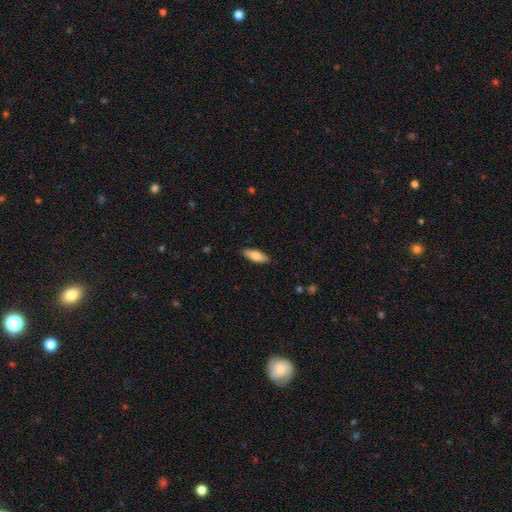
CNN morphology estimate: Q: Smooth or featured?
A: smooth (77%); runner-up: featured or disk (17%)
Q: How rounded?
A: in between (67%); runner-up: cigar-shaped (31%)
Q: Merging?
A: none (89%); runner-up: minor disturbance (9%)